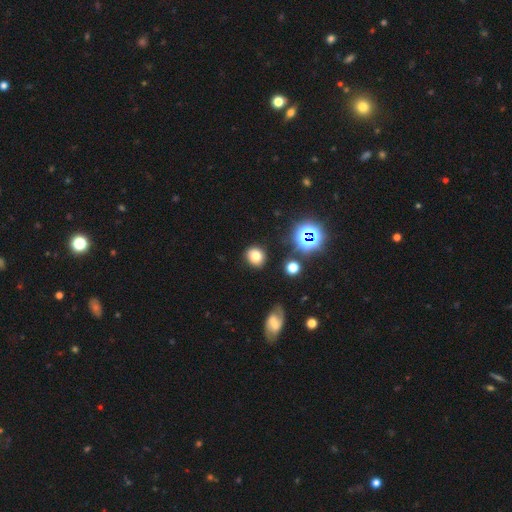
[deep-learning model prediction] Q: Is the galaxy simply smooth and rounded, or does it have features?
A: smooth — 73%.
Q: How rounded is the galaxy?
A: round — 73%.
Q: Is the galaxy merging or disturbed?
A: none — 85%.